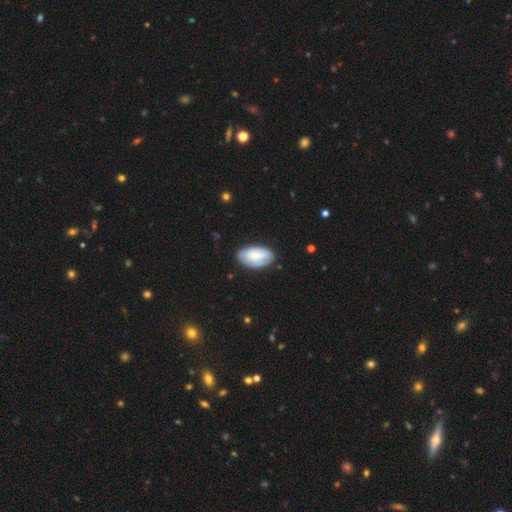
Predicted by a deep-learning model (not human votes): This is likely a smooth galaxy (74%). How rounded: clearly in between (95%). Merging: likely none (76%).